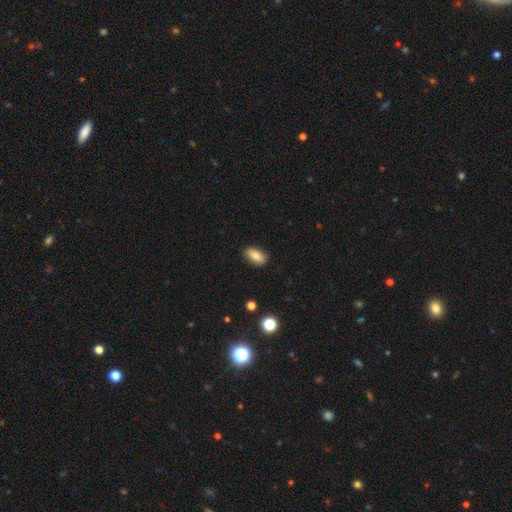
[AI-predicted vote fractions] Smooth or featured: smooth — 80% (featured or disk — 13%)
How rounded: in between — 87% (cigar-shaped — 8%)
Merging: none — 88% (minor disturbance — 9%)